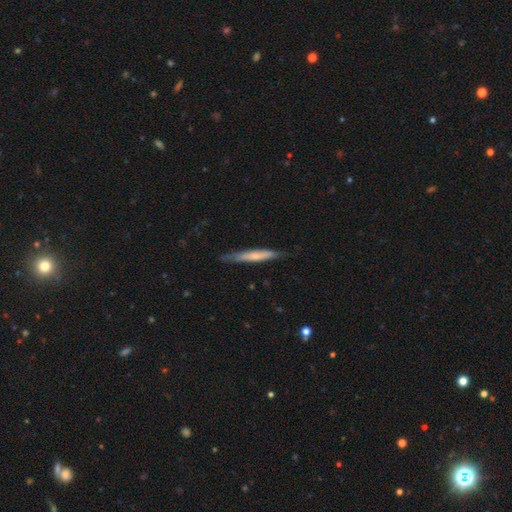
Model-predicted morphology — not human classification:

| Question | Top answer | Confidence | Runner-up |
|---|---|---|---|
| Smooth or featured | smooth | 55% | featured or disk (40%) |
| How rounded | cigar-shaped | 95% | in between (4%) |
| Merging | none | 77% | minor disturbance (18%) |